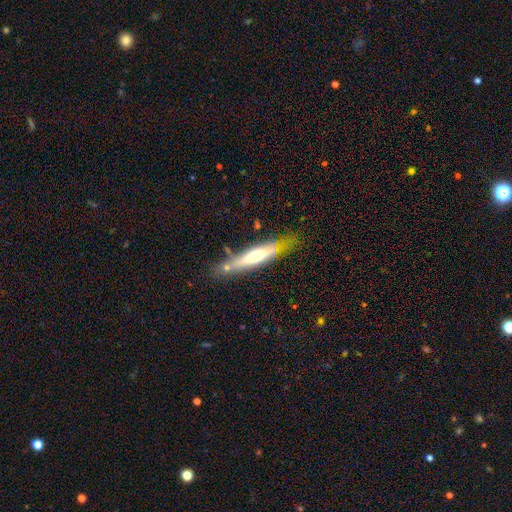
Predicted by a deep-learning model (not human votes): Smooth or featured?
  - featured or disk: 52% *
  - smooth: 42%
  - star or artifact: 7%
Edge-on disk?
  - yes: 79% *
  - no: 21%
Merging?
  - none: 66% *
  - minor disturbance: 20%
  - merger: 7%
  - major disturbance: 6%